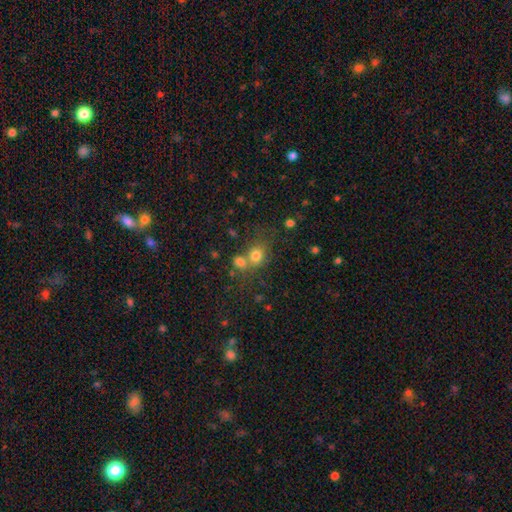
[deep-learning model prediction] Smooth or featured? Predicted: smooth (p=0.75). How rounded? Predicted: round (p=0.73). Merging? Predicted: none (p=0.45).